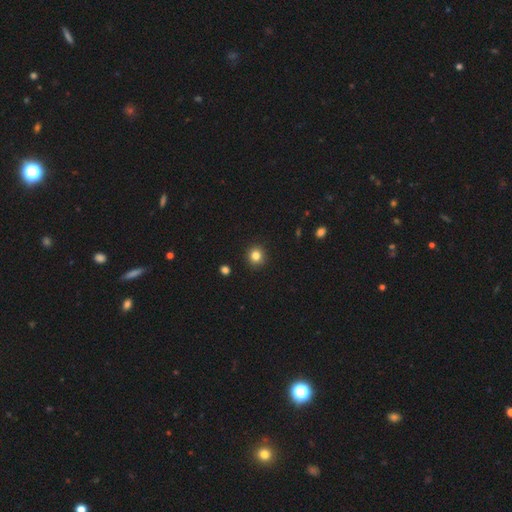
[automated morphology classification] type=smooth (83%); roundness=round (93%); merging=none (93%).